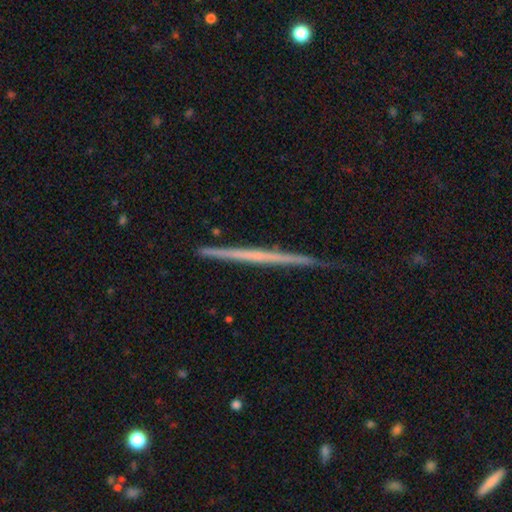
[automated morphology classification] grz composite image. It shows a featured or disk galaxy (63%) viewed edge-on (98%) with no central bulge (89%). Merging: none (89%).